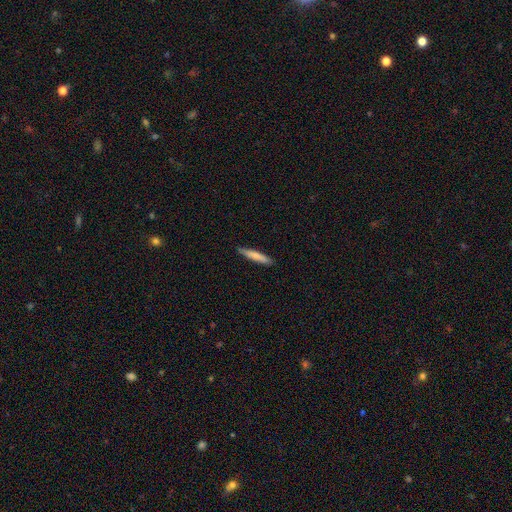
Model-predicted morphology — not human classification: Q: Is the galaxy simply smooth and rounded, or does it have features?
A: smooth — 75%.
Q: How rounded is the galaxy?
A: cigar-shaped — 92%.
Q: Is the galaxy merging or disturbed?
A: none — 89%.